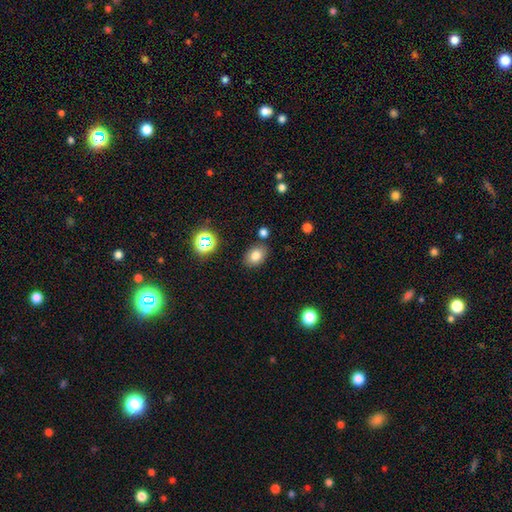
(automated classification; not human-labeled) Morphology: type=smooth (78%); roundness=in between (73%); merging=none (81%).